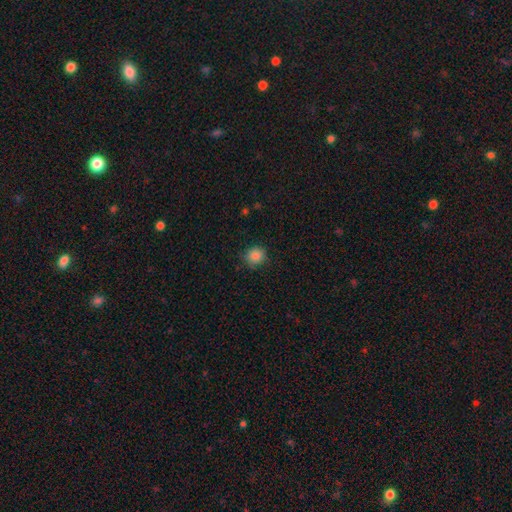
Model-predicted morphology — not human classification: smooth 86%, star or artifact 11%, featured or disk 4%. Down the decision tree: how rounded — round (87%); merging — none (84%).